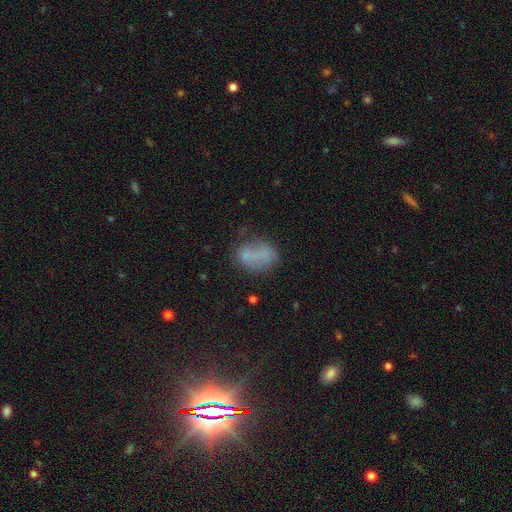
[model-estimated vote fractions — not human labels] smooth 51%, featured or disk 25%, star or artifact 24%. Down the decision tree: how rounded — in between (76%); merging — none (58%).